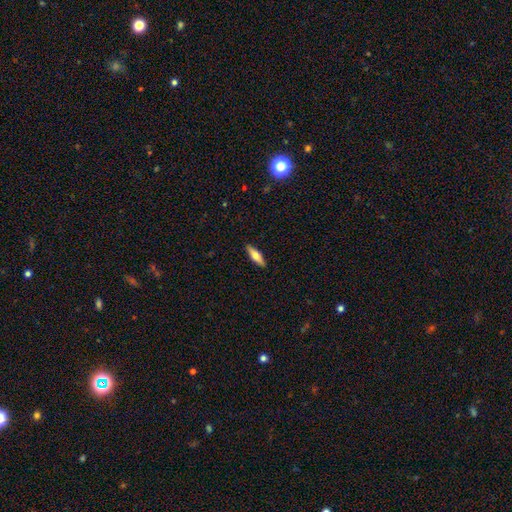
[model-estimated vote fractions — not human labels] Overall: smooth (56%; featured or disk 38%). How rounded: cigar-shaped (57%; in between 41%). Merging: none (90%).